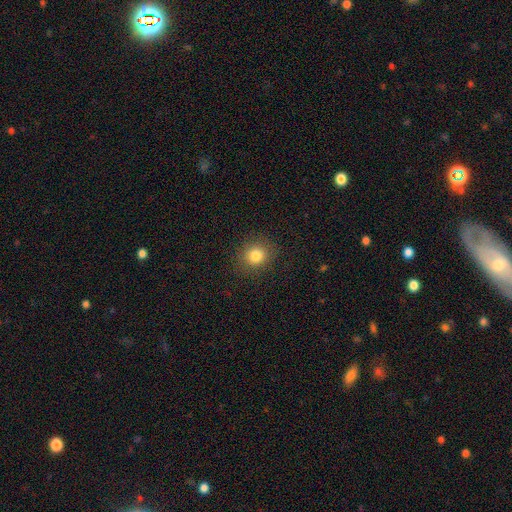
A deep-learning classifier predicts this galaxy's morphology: Smooth or featured: smooth — 82% (star or artifact — 12%)
How rounded: round — 82% (in between — 17%)
Merging: none — 89% (minor disturbance — 8%)